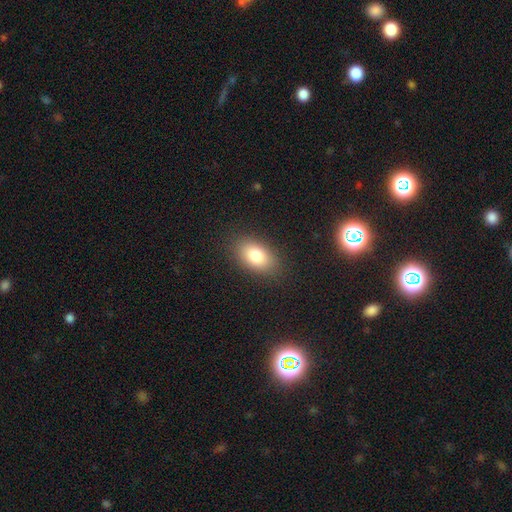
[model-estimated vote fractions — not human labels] smooth 82%, featured or disk 10%, star or artifact 9%. Down the decision tree: how rounded — in between (89%); merging — none (86%).